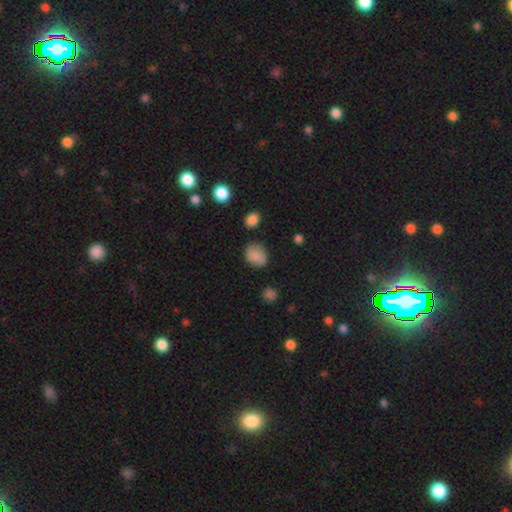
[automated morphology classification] A smooth galaxy with no disk features (84%) that is round (58%).

Vote fractions:
- Smooth or featured? smooth: 84% / star or artifact: 10% / featured or disk: 6%
- How rounded? round: 58% / in between: 41% / cigar-shaped: 1%
- Merging? none: 72% / minor disturbance: 20% / major disturbance: 5% / merger: 3%